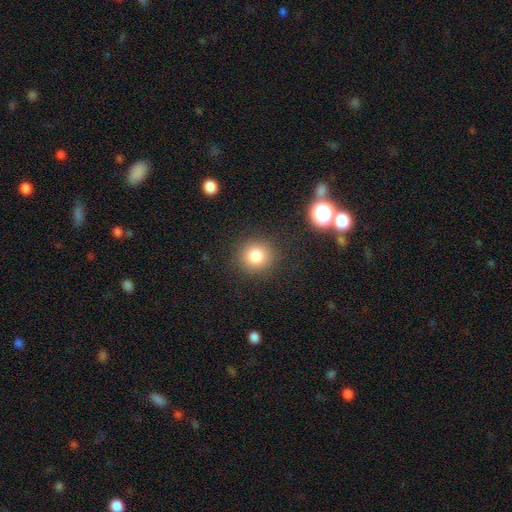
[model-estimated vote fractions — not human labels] Q: Smooth or featured?
A: smooth (82%); runner-up: star or artifact (12%)
Q: How rounded?
A: round (90%); runner-up: in between (9%)
Q: Merging?
A: none (87%); runner-up: minor disturbance (8%)